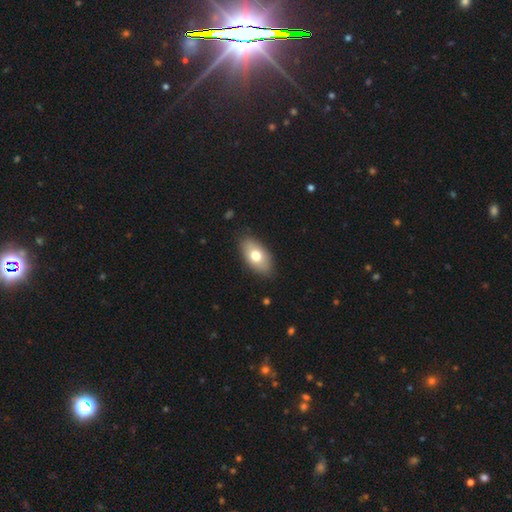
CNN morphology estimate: smooth 71%, featured or disk 22%, star or artifact 7%. Down the decision tree: how rounded — in between (91%); merging — none (85%).